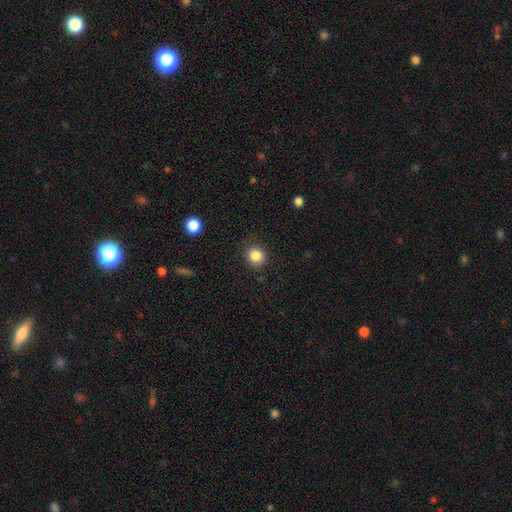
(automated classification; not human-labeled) A smooth galaxy with no disk features (86%) that is round (85%).

Vote fractions:
- Smooth or featured? smooth: 86% / star or artifact: 10% / featured or disk: 4%
- How rounded? round: 85% / in between: 14% / cigar-shaped: 1%
- Merging? none: 86% / minor disturbance: 9% / major disturbance: 3% / merger: 1%